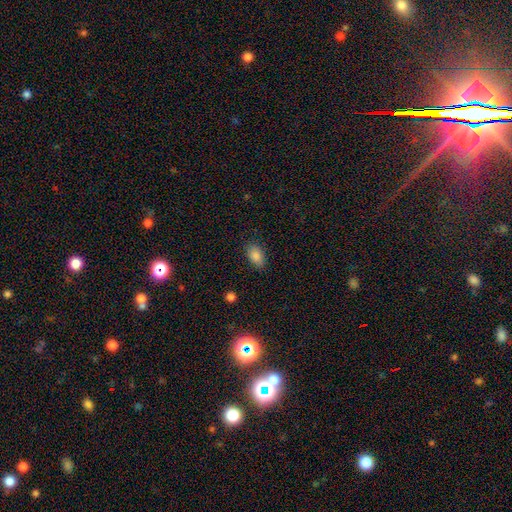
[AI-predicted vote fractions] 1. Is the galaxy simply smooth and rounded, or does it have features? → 86% smooth, 9% star or artifact, 5% featured or disk.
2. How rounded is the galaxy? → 89% in between, 9% round, 2% cigar-shaped.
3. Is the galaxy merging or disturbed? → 83% none, 13% minor disturbance, 3% major disturbance, 1% merger.